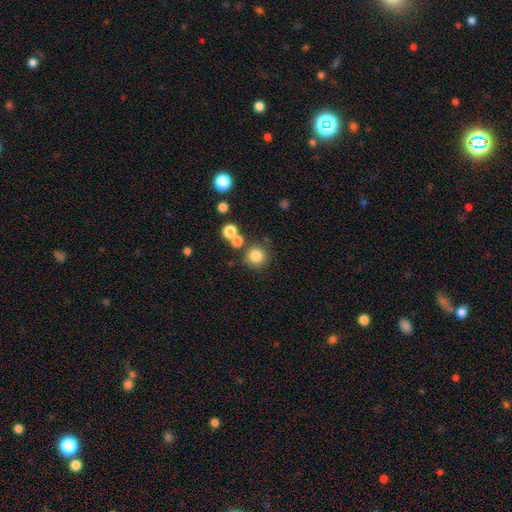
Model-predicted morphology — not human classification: Overall: smooth (81%). How rounded: round (93%). Merging: none (77%).